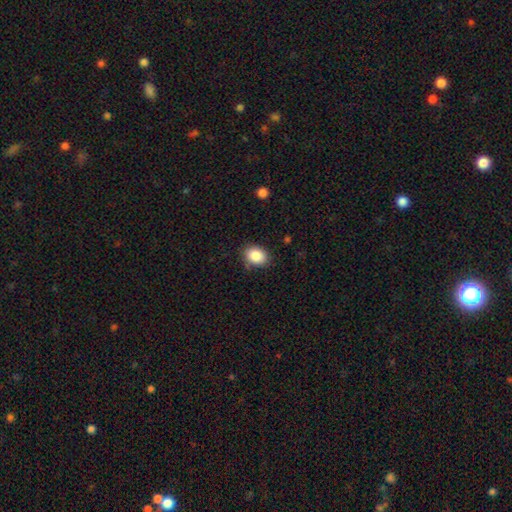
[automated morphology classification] This is clearly a smooth galaxy (87%). How rounded: likely in between (65%). Merging: clearly none (81%).